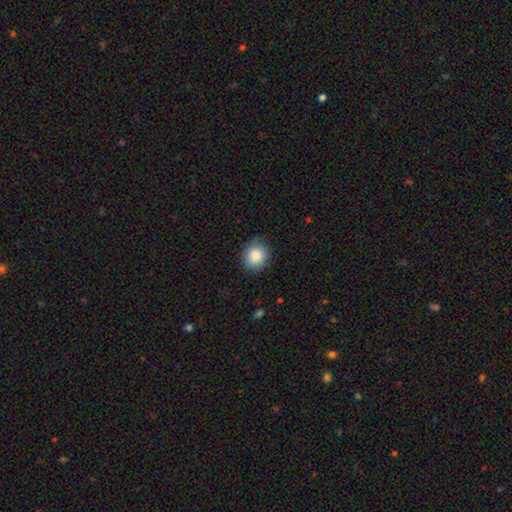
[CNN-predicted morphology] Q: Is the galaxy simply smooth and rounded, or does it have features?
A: smooth — 87%.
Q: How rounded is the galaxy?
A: round — 70%.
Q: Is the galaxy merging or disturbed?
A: none — 84%.